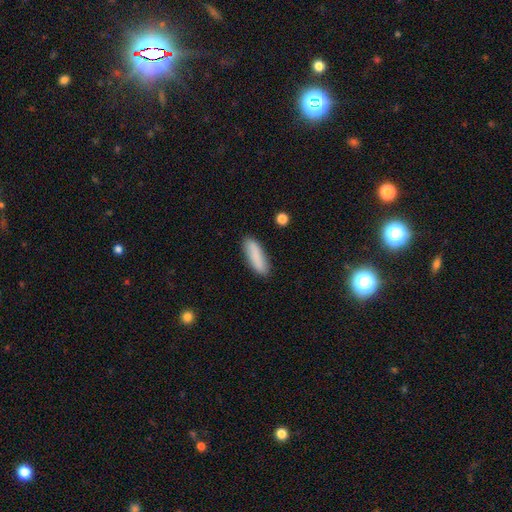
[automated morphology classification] Smooth or featured? smooth (85%)
How rounded? cigar-shaped (56%)
Merging? none (85%)